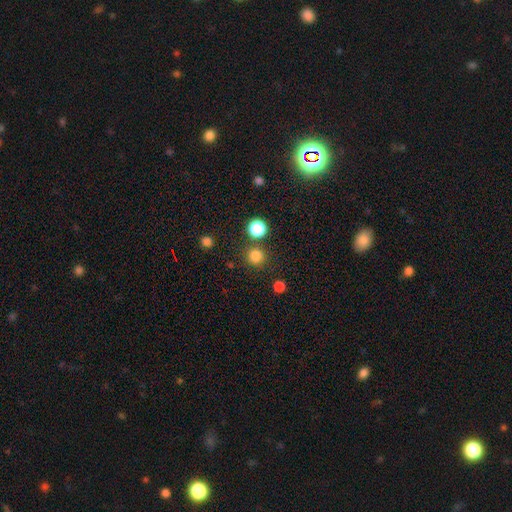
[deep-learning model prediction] Smooth or featured: smooth — 82% (star or artifact — 15%)
How rounded: round — 94% (in between — 5%)
Merging: none — 82% (merger — 9%)